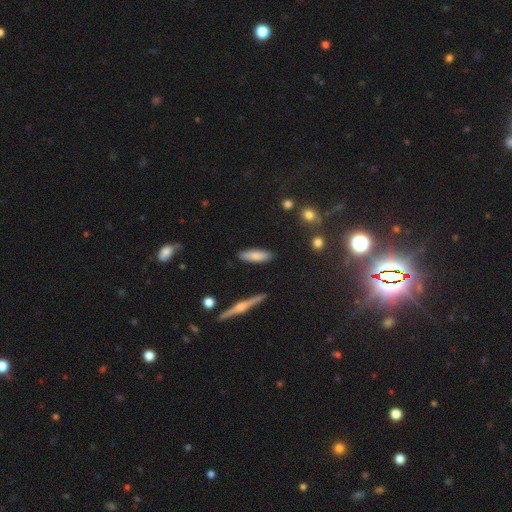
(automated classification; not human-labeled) Smooth or featured? Predicted: smooth (p=0.79). How rounded? Predicted: in between (p=0.49, tied with cigar-shaped). Merging? Predicted: none (p=0.87).